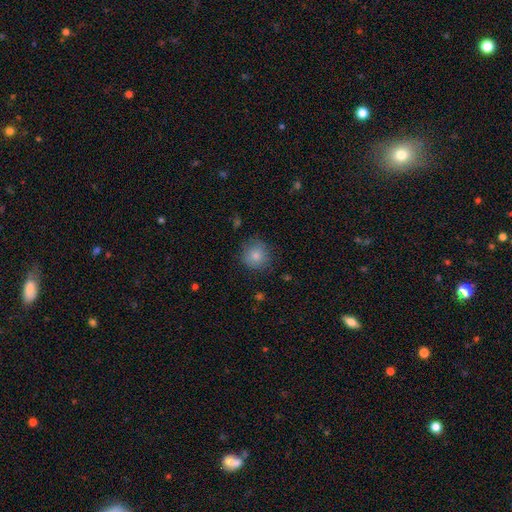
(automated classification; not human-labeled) Smooth or featured?
  - smooth: 82% *
  - star or artifact: 9%
  - featured or disk: 8%
How rounded?
  - round: 91% *
  - in between: 8%
  - cigar-shaped: 1%
Merging?
  - none: 80% *
  - minor disturbance: 15%
  - major disturbance: 4%
  - merger: 1%